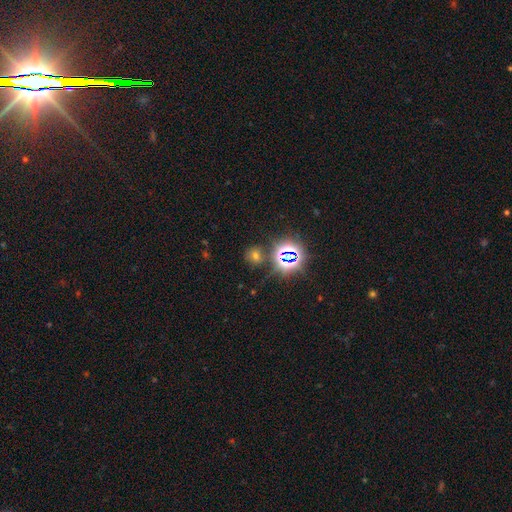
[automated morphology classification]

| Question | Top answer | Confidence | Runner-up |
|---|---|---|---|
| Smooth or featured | smooth | 47% | star or artifact (44%) |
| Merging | none | 77% | minor disturbance (11%) |